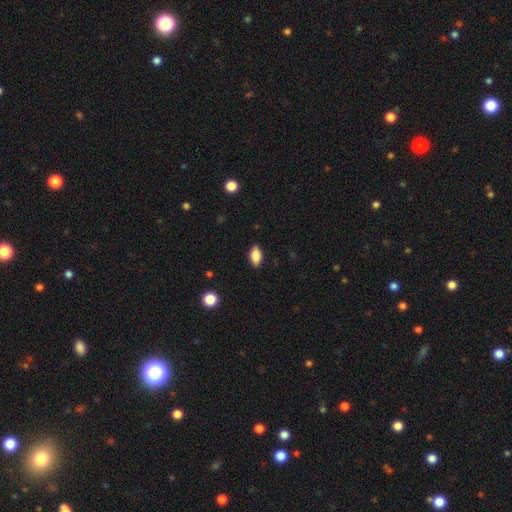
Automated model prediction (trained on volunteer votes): Smooth or featured? smooth (84%)
How rounded? in between (90%)
Merging? none (86%)